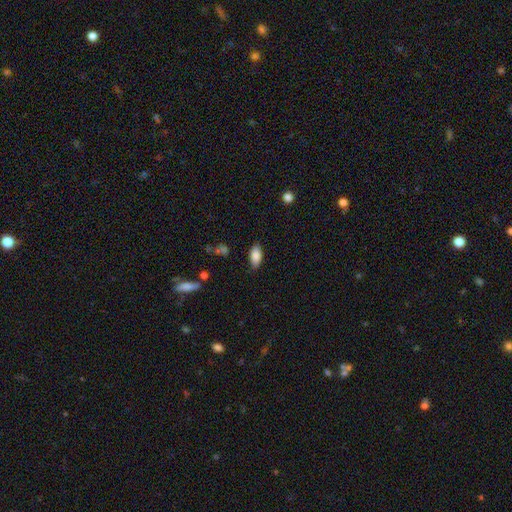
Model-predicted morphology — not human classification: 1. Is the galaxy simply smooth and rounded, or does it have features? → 86% smooth, 7% star or artifact, 6% featured or disk.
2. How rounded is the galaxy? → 91% in between, 6% cigar-shaped, 3% round.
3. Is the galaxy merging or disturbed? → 84% none, 12% minor disturbance, 3% major disturbance, 2% merger.